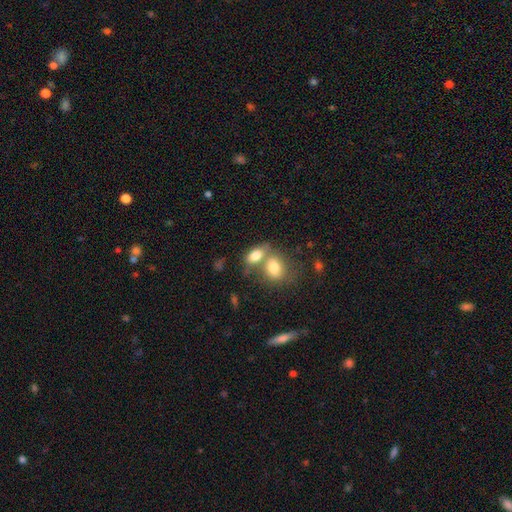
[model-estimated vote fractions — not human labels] This is clearly a smooth galaxy (80%). How rounded: clearly in between (86%). Merging: possibly merger (55%).